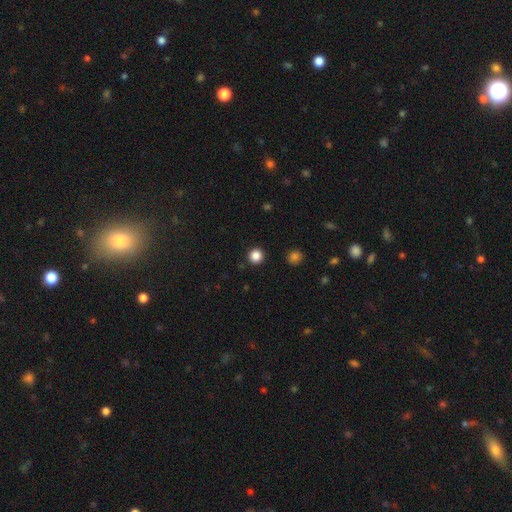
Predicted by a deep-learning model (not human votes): This is clearly a smooth galaxy (86%). How rounded: clearly round (95%). Merging: clearly none (93%).